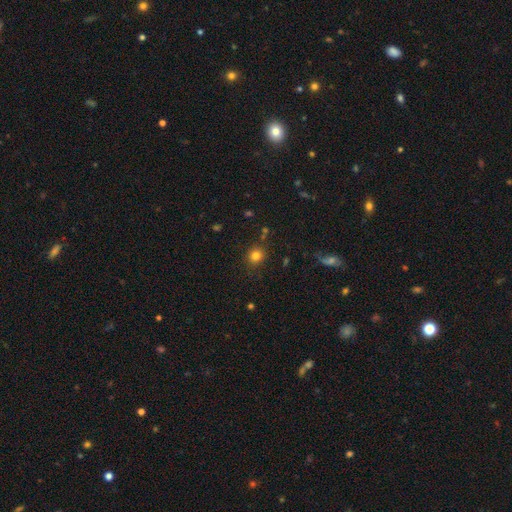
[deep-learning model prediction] Q: Smooth or featured?
A: smooth (80%); runner-up: star or artifact (14%)
Q: How rounded?
A: round (85%); runner-up: in between (14%)
Q: Merging?
A: none (86%); runner-up: minor disturbance (9%)